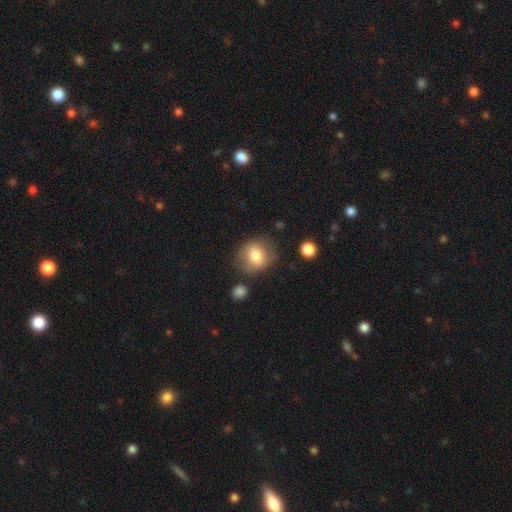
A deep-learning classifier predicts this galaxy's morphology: smooth 72%, featured or disk 19%, star or artifact 8%. Down the decision tree: how rounded — round (65%); merging — none (73%).